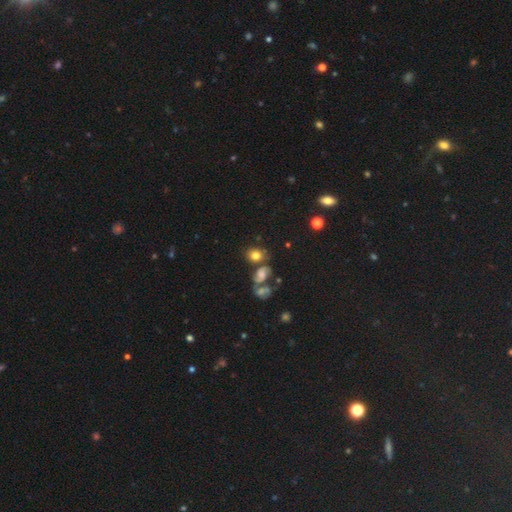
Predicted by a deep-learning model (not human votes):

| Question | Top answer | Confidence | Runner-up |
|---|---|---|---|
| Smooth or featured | smooth | 73% | star or artifact (14%) |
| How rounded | round | 58% | in between (41%) |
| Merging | none | 57% | merger (21%) |